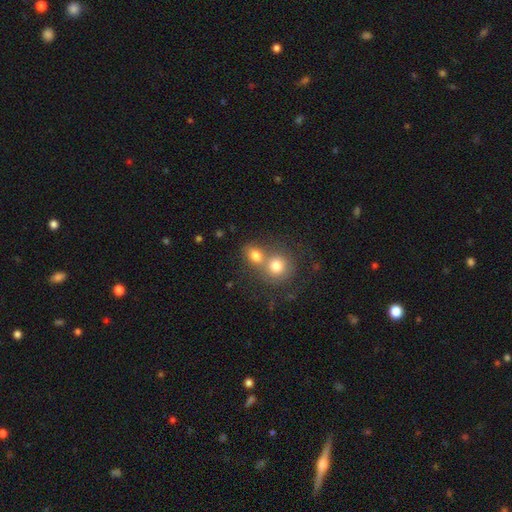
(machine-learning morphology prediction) smooth 77%, featured or disk 12%, star or artifact 11%. Down the decision tree: how rounded — round (57%); merging — merger (57%).